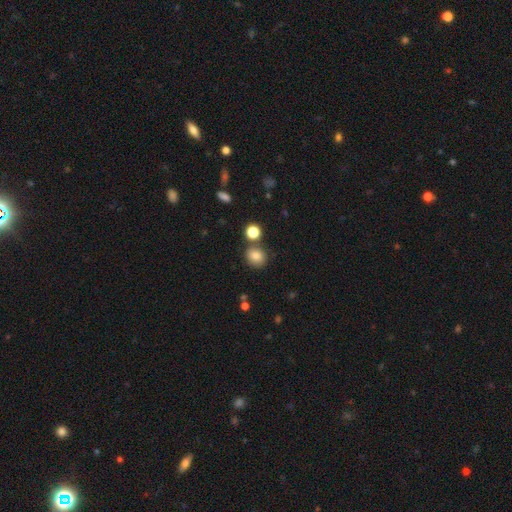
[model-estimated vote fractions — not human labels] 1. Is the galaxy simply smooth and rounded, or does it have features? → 82% smooth, 12% star or artifact, 6% featured or disk.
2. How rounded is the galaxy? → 74% round, 25% in between, 1% cigar-shaped.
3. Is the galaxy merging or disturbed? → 75% none, 11% merger, 10% minor disturbance, 3% major disturbance.